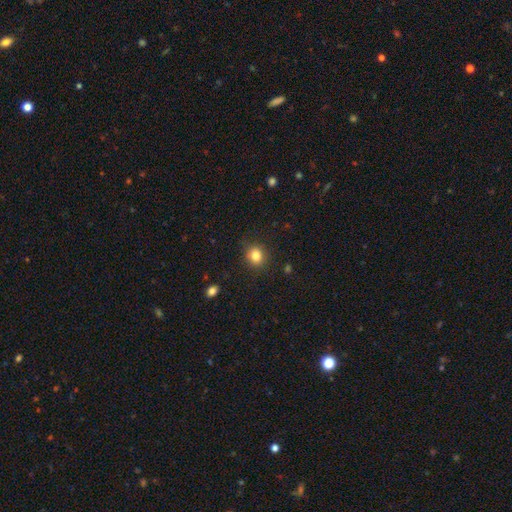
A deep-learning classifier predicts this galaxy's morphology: This appears to be a smooth galaxy with no disk features (83%) that is round (79%). Merging: none (87%).